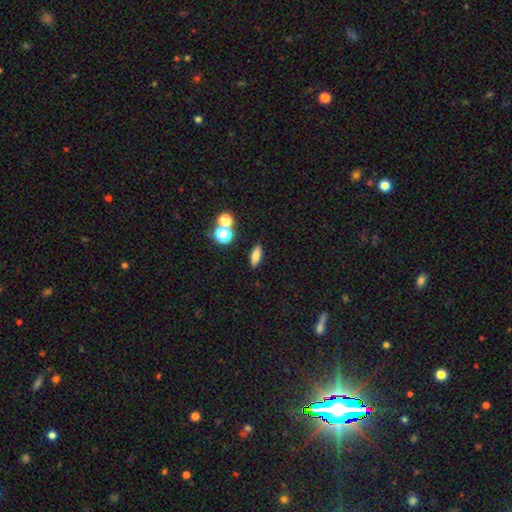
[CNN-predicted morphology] smooth-or-featured: smooth: 77% | star or artifact: 12% | featured or disk: 10%
  how-rounded: in between: 54% | cigar-shaped: 37% | round: 8%
  merging: none: 86% | minor disturbance: 7% | merger: 4% | major disturbance: 2%